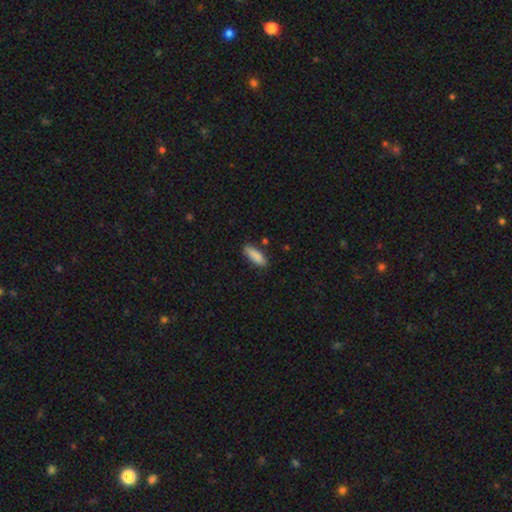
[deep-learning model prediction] Q: Smooth or featured?
A: smooth (87%); runner-up: star or artifact (7%)
Q: How rounded?
A: in between (53%); runner-up: cigar-shaped (45%)
Q: Merging?
A: none (80%); runner-up: minor disturbance (15%)